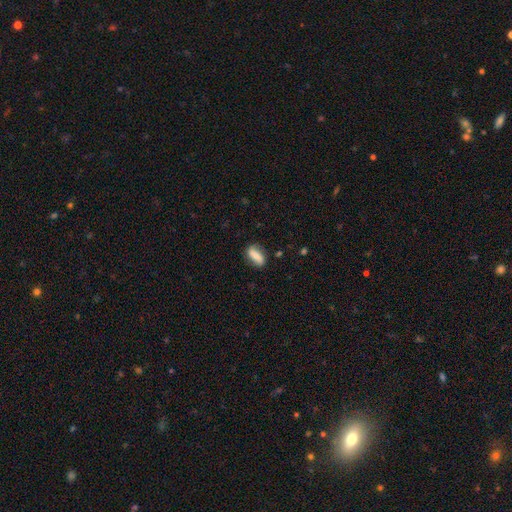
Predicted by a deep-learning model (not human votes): This is likely a smooth galaxy (65%). How rounded: likely in between (77%). Merging: likely none (78%).